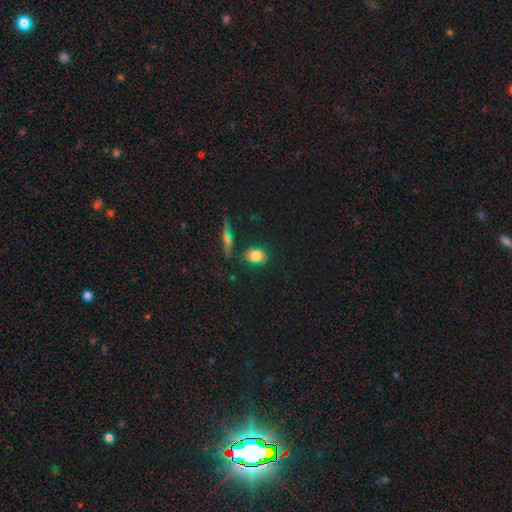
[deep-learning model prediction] A smooth galaxy with no disk features (64%) that is in between round and cigar-shaped (60%). Merging: none (77%).